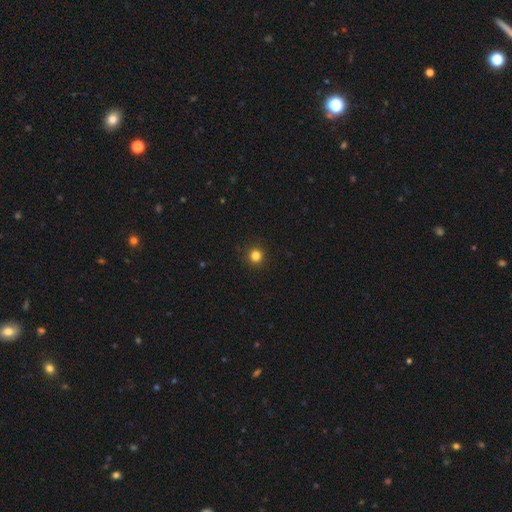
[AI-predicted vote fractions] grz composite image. It shows a smooth galaxy with no disk features (83%) that is round (95%). Merging: none (92%).